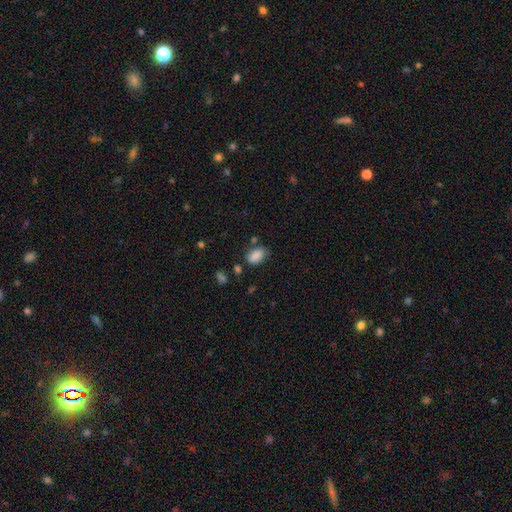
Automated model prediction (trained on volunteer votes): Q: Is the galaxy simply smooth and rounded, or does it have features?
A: smooth — 87%.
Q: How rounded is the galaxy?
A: in between — 88%.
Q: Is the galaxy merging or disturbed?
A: none — 68%.